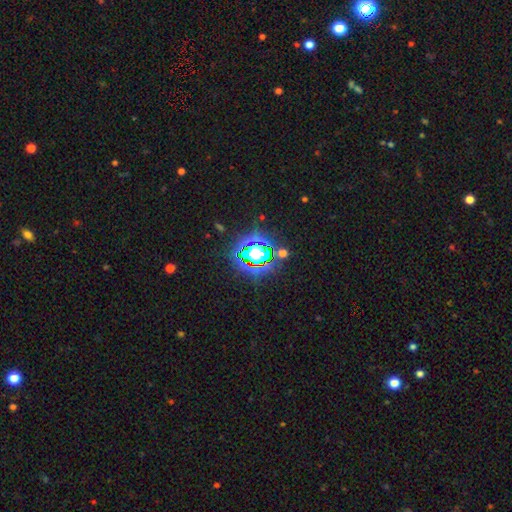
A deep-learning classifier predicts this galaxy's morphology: smooth_or_featured: star or artifact (p=0.75) [alt: smooth p=0.16]